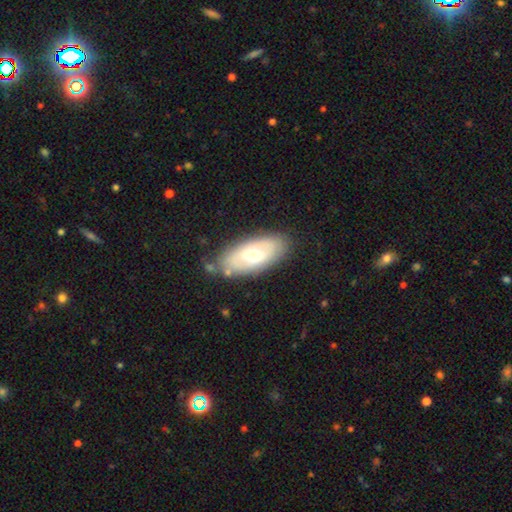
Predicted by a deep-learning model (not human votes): Smooth or featured? Predicted: featured or disk (p=0.47, tied with smooth). Merging? Predicted: none (p=0.78).